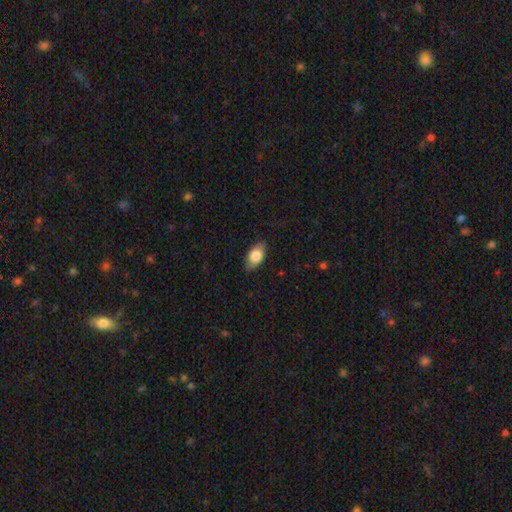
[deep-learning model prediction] Smooth or featured?
  - smooth: 77% *
  - featured or disk: 17%
  - star or artifact: 7%
How rounded?
  - in between: 90% *
  - round: 6%
  - cigar-shaped: 4%
Merging?
  - none: 82% *
  - minor disturbance: 15%
  - major disturbance: 3%
  - merger: 1%